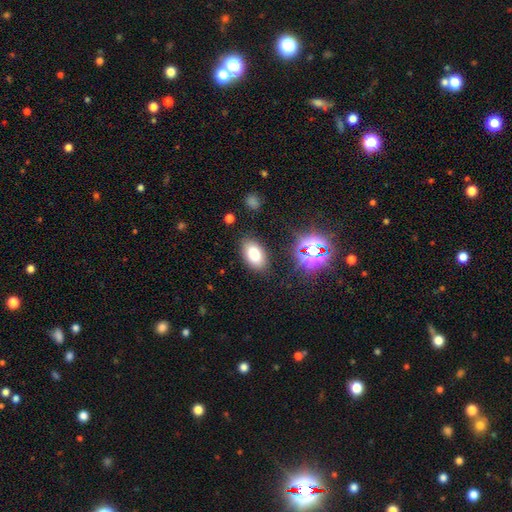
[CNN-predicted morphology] smooth 77%, star or artifact 14%, featured or disk 9%. Down the decision tree: how rounded — in between (92%); merging — none (86%).